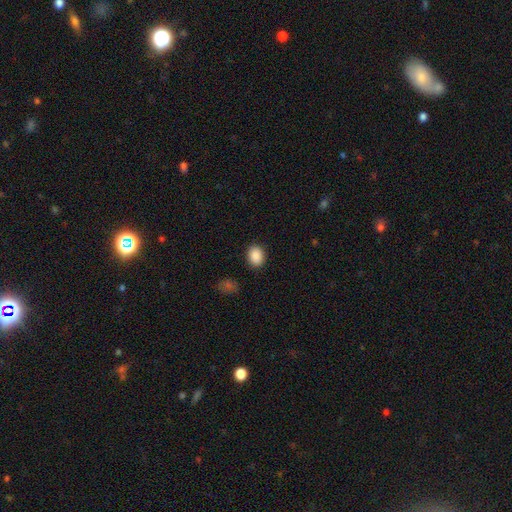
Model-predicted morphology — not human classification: Overall: smooth (89%). How rounded: in between (66%; round 33%). Merging: none (89%).